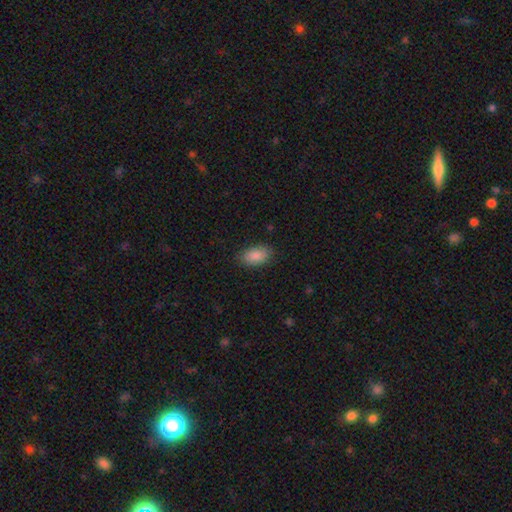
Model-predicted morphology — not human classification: Smooth or featured?
  - smooth: 88% *
  - star or artifact: 7%
  - featured or disk: 5%
How rounded?
  - in between: 93% *
  - round: 5%
  - cigar-shaped: 2%
Merging?
  - none: 84% *
  - minor disturbance: 12%
  - major disturbance: 3%
  - merger: 1%